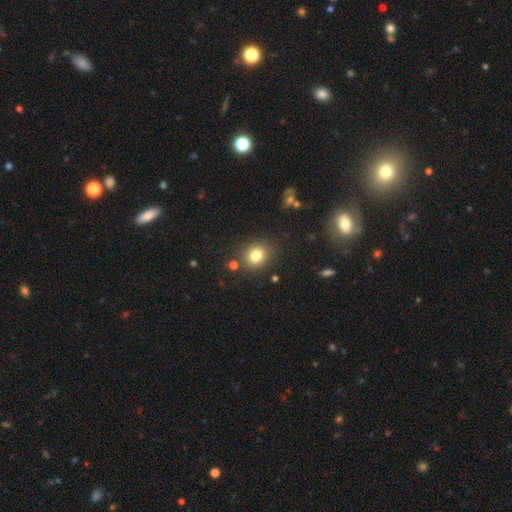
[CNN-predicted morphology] A smooth galaxy with no disk features (81%) that is round (70%).

Vote fractions:
- Smooth or featured? smooth: 81% / star or artifact: 12% / featured or disk: 7%
- How rounded? round: 70% / in between: 29% / cigar-shaped: 1%
- Merging? none: 81% / minor disturbance: 10% / merger: 5% / major disturbance: 3%